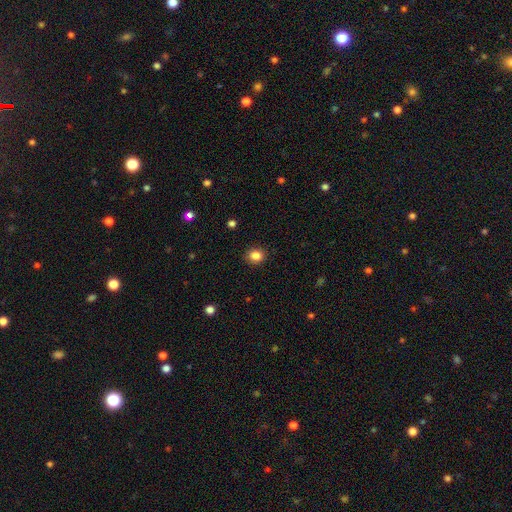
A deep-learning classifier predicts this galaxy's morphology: The model was most divided on "how rounded": round: 74%, in between: 25%, cigar-shaped: 1%. More confident: merging — none (91%); smooth or featured — smooth (85%).